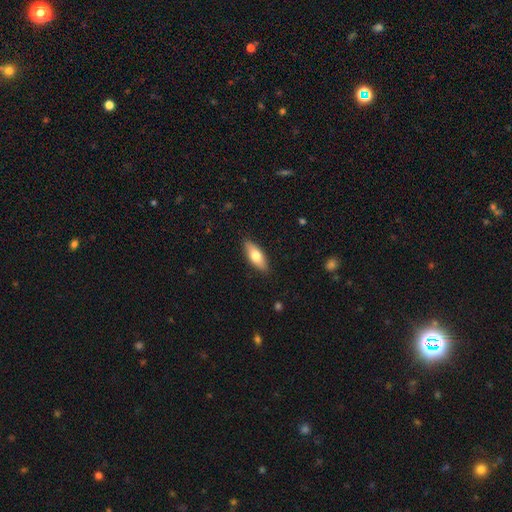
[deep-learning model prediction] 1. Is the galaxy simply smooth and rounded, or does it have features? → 72% smooth, 22% featured or disk, 6% star or artifact.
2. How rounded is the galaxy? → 71% in between, 27% cigar-shaped, 2% round.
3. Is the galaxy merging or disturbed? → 88% none, 10% minor disturbance, 2% major disturbance, 1% merger.